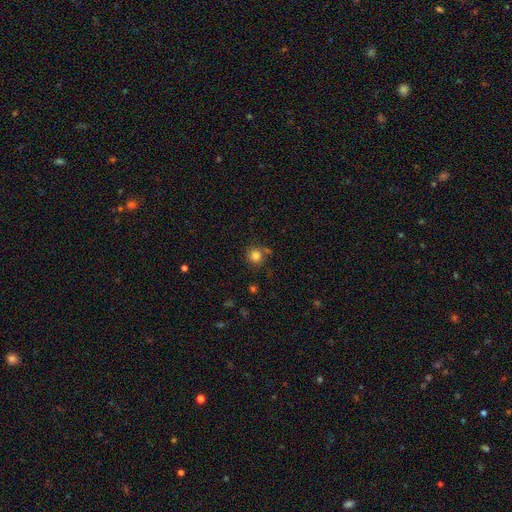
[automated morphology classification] The model was most divided on "merging": none: 76%, minor disturbance: 12%, merger: 8%, major disturbance: 4%. More confident: how rounded — round (91%); smooth or featured — smooth (81%).